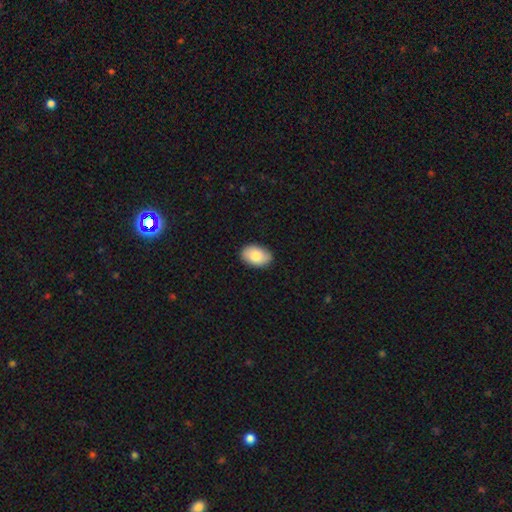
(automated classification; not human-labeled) This is clearly a smooth galaxy (84%). How rounded: clearly in between (89%). Merging: clearly none (86%).